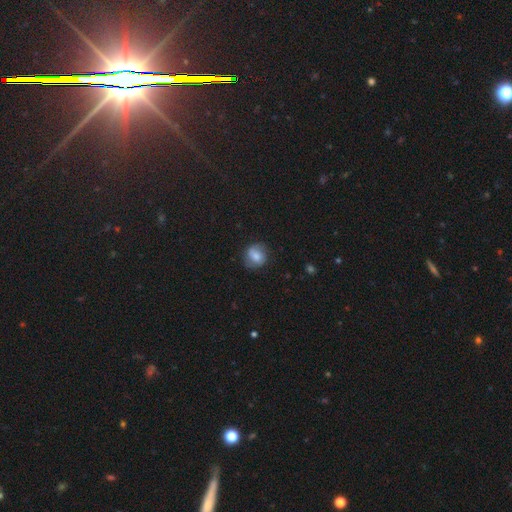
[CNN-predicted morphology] A smooth galaxy with no disk features (62%) that is round (79%).

Vote fractions:
- Smooth or featured? smooth: 62% / featured or disk: 29% / star or artifact: 9%
- How rounded? round: 79% / in between: 20% / cigar-shaped: 1%
- Merging? none: 78% / minor disturbance: 16% / major disturbance: 5% / merger: 1%